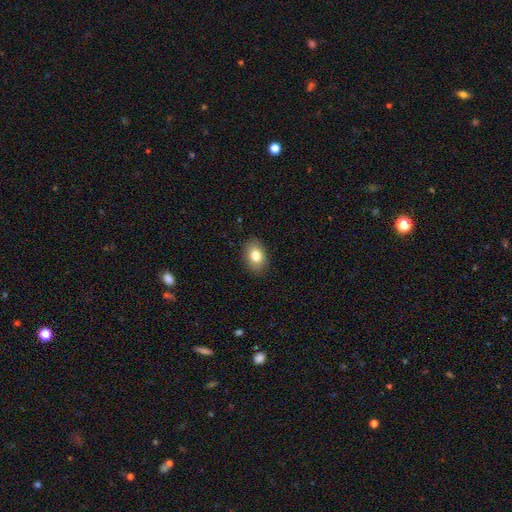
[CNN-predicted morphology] A smooth galaxy with no disk features (80%) that is in between round and cigar-shaped (81%). Merging: none (88%).